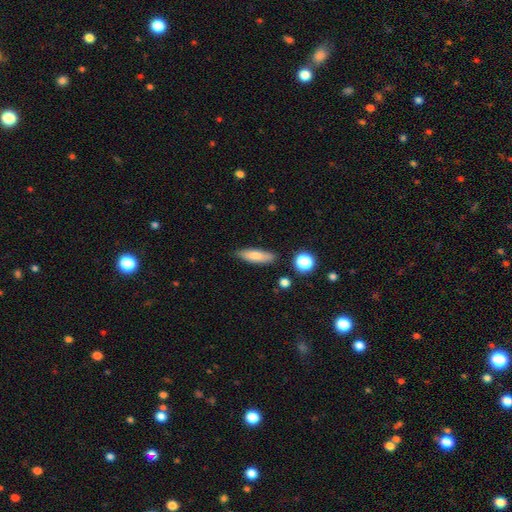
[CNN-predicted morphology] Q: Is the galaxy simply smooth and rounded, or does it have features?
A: smooth — 77%.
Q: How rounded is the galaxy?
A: cigar-shaped — 51%.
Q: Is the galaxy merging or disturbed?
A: none — 82%.